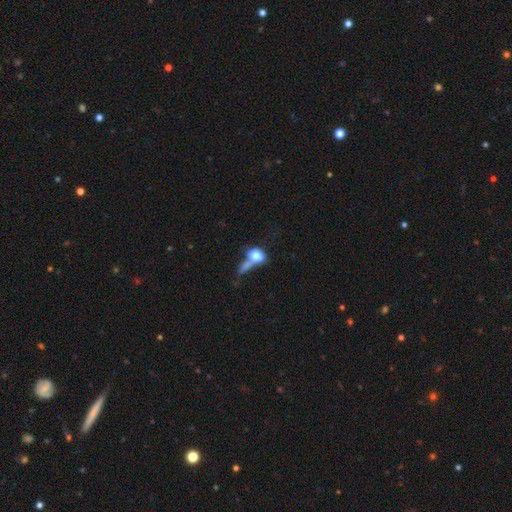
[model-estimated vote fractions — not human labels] Q: Smooth or featured?
A: smooth (74%); runner-up: featured or disk (16%)
Q: How rounded?
A: in between (63%); runner-up: round (33%)
Q: Merging?
A: merger (51%); runner-up: none (21%)